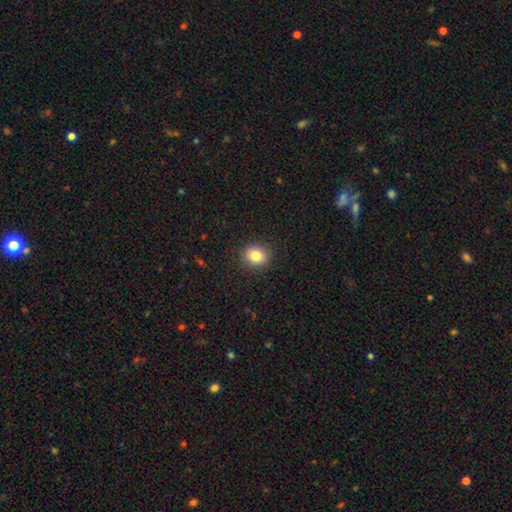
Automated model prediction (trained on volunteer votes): Smooth or featured? Predicted: smooth (p=0.83). How rounded? Predicted: round (p=0.69). Merging? Predicted: none (p=0.90).